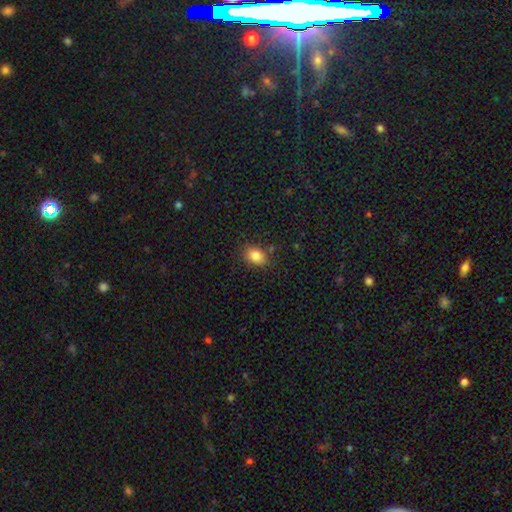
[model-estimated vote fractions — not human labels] This appears to be a smooth galaxy with no disk features (85%) that is in between round and cigar-shaped (74%). Merging: none (81%).